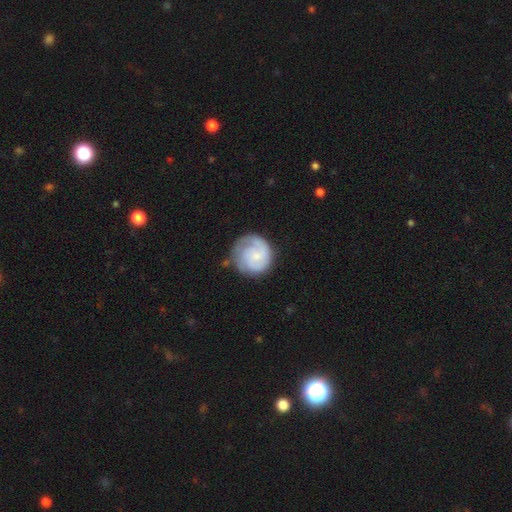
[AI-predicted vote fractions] Smooth or featured? Predicted: featured or disk (p=0.55). Edge-on disk? Predicted: no (p=0.98). Bar? Predicted: no (p=0.72). Spiral arms? Predicted: yes (p=0.84). Bulge size? Predicted: small (p=0.55). Merging? Predicted: none (p=0.62).